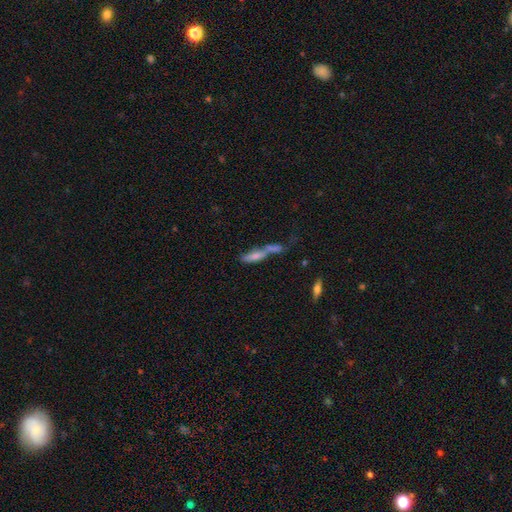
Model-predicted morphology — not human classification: Smooth or featured: smooth — 50% (featured or disk — 39%)
Merging: merger — 51% (none — 27%)